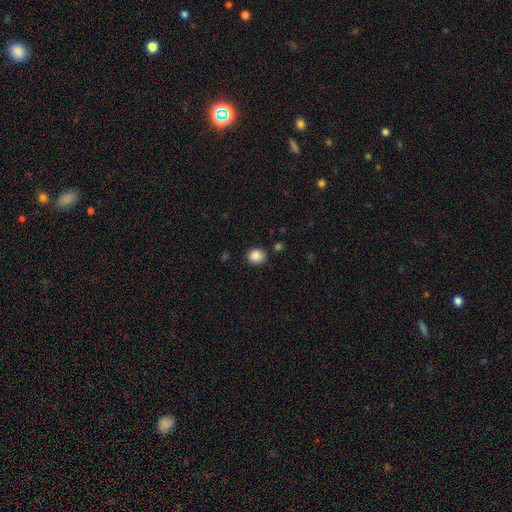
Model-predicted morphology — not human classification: Smooth or featured?
  - smooth: 87% *
  - star or artifact: 9%
  - featured or disk: 3%
How rounded?
  - round: 76% *
  - in between: 23%
  - cigar-shaped: 1%
Merging?
  - none: 82% *
  - minor disturbance: 12%
  - merger: 3%
  - major disturbance: 3%